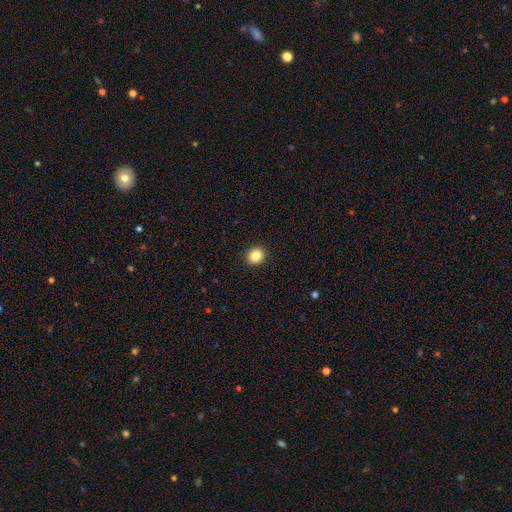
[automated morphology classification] smooth-or-featured: smooth: 86% | star or artifact: 10% | featured or disk: 4%
  how-rounded: round: 87% | in between: 12% | cigar-shaped: 1%
  merging: none: 92% | minor disturbance: 5% | major disturbance: 2% | merger: 1%